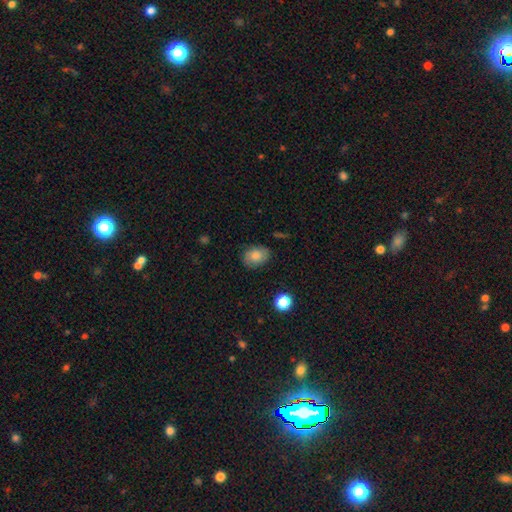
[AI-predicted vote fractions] This appears to be a smooth galaxy with no disk features (76%) that is in between round and cigar-shaped (61%). Merging: none (81%).